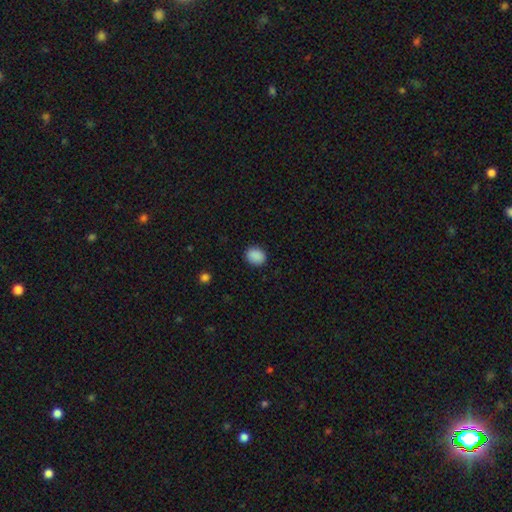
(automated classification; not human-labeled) A smooth galaxy with no disk features (89%) that is round (54%).

Vote fractions:
- Smooth or featured? smooth: 89% / star or artifact: 8% / featured or disk: 2%
- How rounded? round: 54% / in between: 45% / cigar-shaped: 1%
- Merging? none: 89% / minor disturbance: 8% / major disturbance: 2% / merger: 1%